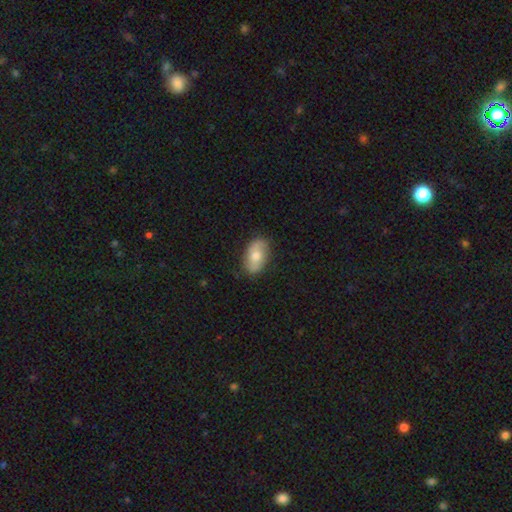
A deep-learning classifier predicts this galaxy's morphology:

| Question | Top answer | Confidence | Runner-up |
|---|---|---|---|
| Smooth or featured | smooth | 61% | featured or disk (33%) |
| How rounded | in between | 91% | round (7%) |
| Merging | none | 79% | minor disturbance (16%) |